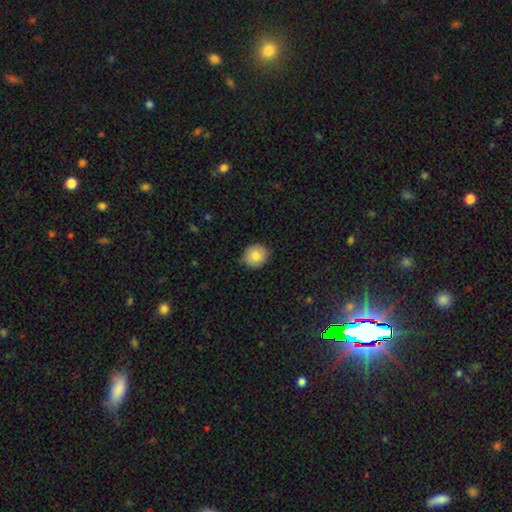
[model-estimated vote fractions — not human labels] Smooth or featured: smooth — 82% (featured or disk — 10%)
How rounded: round — 74% (in between — 26%)
Merging: none — 84% (minor disturbance — 13%)